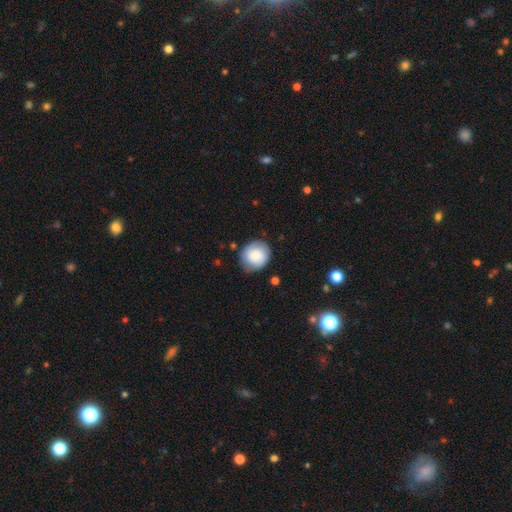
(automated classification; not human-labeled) Overall: smooth (79%). How rounded: round (83%). Merging: none (78%).